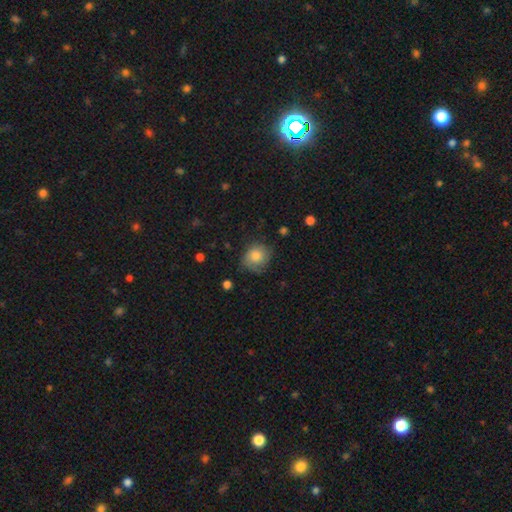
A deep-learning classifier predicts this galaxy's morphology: smooth-or-featured: smooth: 73% | featured or disk: 18% | star or artifact: 8%
  how-rounded: round: 73% | in between: 26% | cigar-shaped: 1%
  merging: none: 61% | minor disturbance: 27% | major disturbance: 10% | merger: 1%